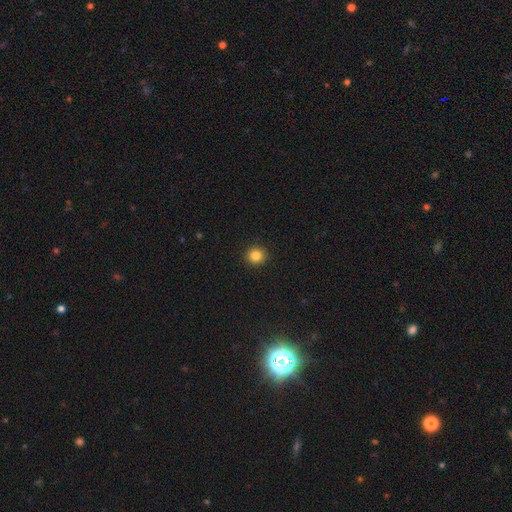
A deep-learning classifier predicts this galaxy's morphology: type=smooth (84%); roundness=round (94%); merging=none (93%).